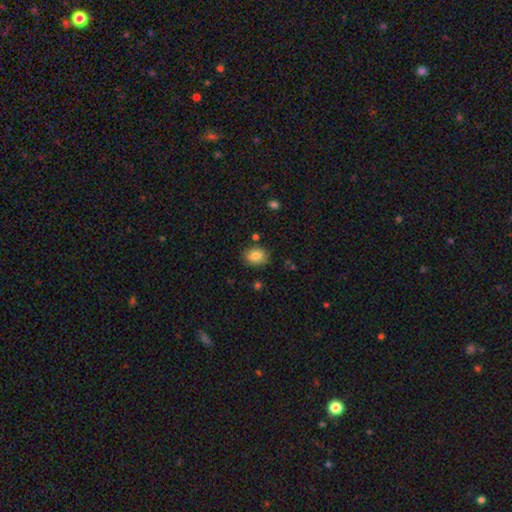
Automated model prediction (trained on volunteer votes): smooth_or_featured: smooth (p=0.84) [alt: star or artifact p=0.09]
how_rounded: in between (p=0.60) [alt: round p=0.40]
merging: none (p=0.82) [alt: minor disturbance p=0.12]